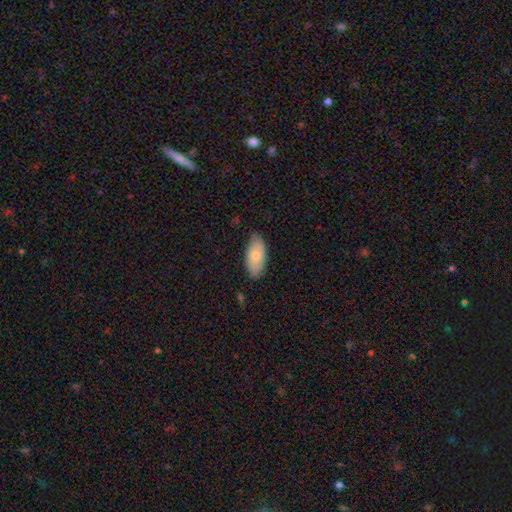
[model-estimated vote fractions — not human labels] smooth-or-featured: smooth: 75% | featured or disk: 19% | star or artifact: 6%
  how-rounded: in between: 93% | cigar-shaped: 5% | round: 2%
  merging: none: 78% | minor disturbance: 18% | major disturbance: 3% | merger: 1%